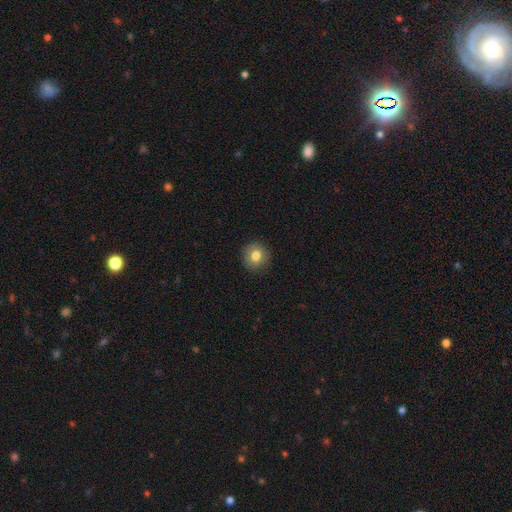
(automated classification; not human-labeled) smooth_or_featured: smooth (p=0.77) [alt: featured or disk p=0.13]
how_rounded: round (p=0.88) [alt: in between p=0.11]
merging: none (p=0.88) [alt: minor disturbance p=0.09]